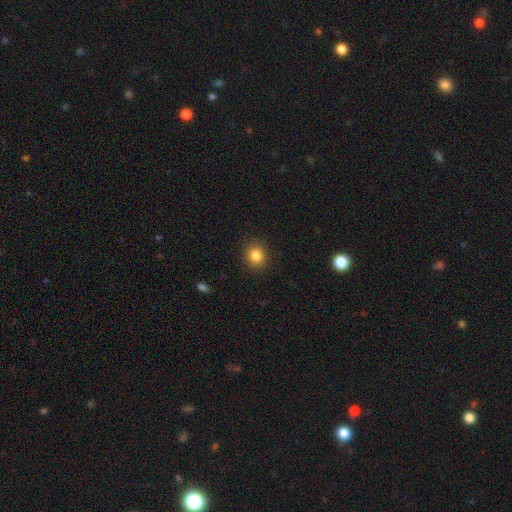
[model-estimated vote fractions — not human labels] Morphology: type=smooth (84%); roundness=round (87%); merging=none (90%).